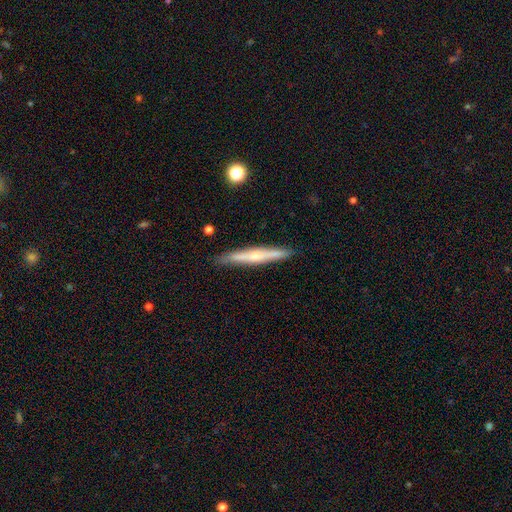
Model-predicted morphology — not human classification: This appears to be a featured or disk galaxy (56%) viewed edge-on (96%) with a rounded central bulge (66%). Merging: none (89%).